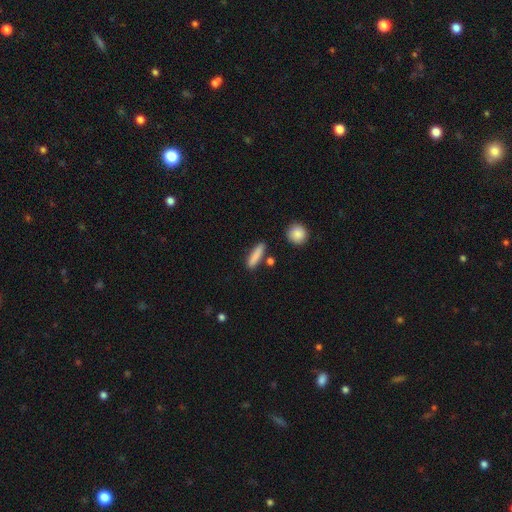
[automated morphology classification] smooth 85%, featured or disk 9%, star or artifact 7%. Down the decision tree: how rounded — cigar-shaped (76%); merging — none (83%).